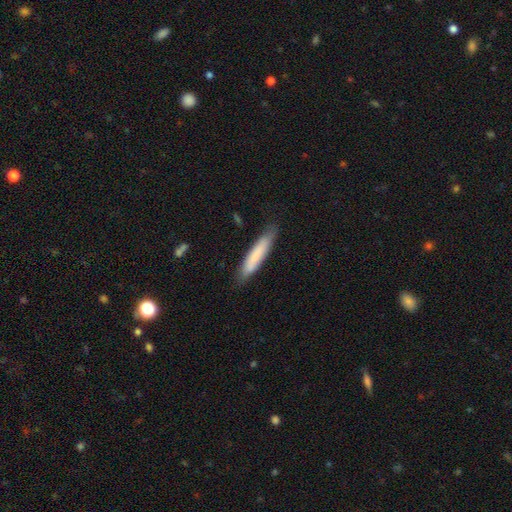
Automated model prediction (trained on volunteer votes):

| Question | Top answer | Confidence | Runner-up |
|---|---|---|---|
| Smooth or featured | smooth | 75% | featured or disk (19%) |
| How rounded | cigar-shaped | 86% | in between (13%) |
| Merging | none | 82% | minor disturbance (14%) |